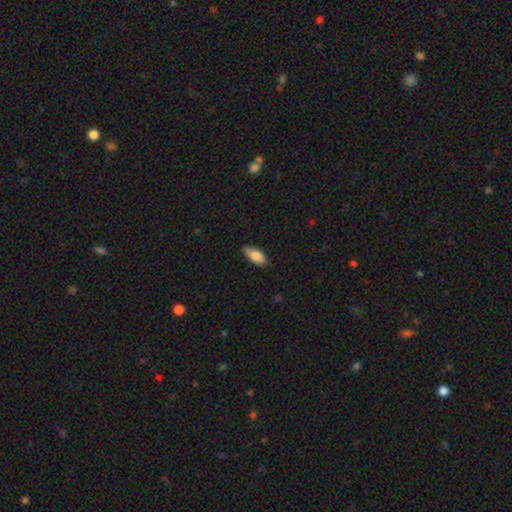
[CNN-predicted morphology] Smooth or featured? smooth (84%)
How rounded? in between (87%)
Merging? none (82%)